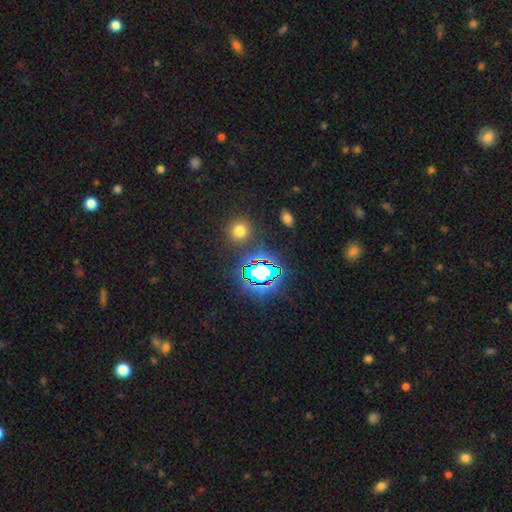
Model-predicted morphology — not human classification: smooth-or-featured: star or artifact: 75% | smooth: 19% | featured or disk: 7%